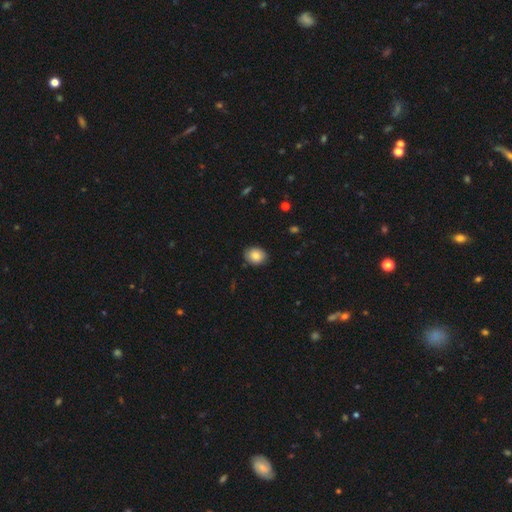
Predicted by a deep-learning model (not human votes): Smooth or featured? smooth (84%)
How rounded? round (57%)
Merging? none (86%)